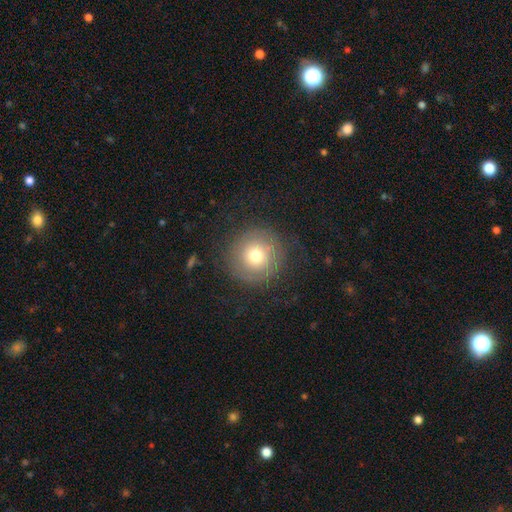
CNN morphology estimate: smooth_or_featured: smooth (p=0.60) [alt: featured or disk p=0.28]
how_rounded: round (p=0.95) [alt: in between p=0.04]
merging: none (p=0.77) [alt: minor disturbance p=0.13]